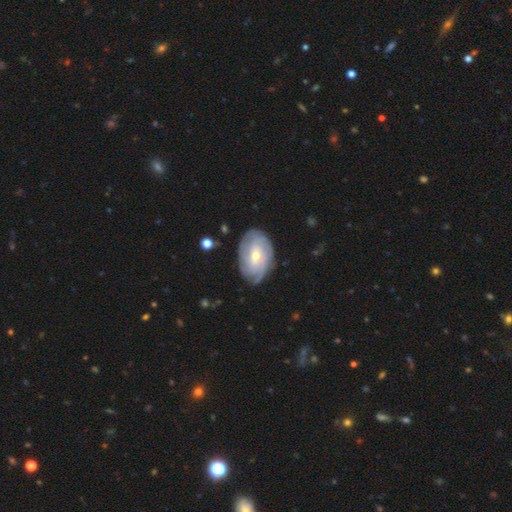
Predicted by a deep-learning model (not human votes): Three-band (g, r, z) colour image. It shows a featured or disk galaxy (77%) with no bar (57%), tight (69%) spiral arms (90%) and a moderate central bulge (52%). Merging: none (77%).